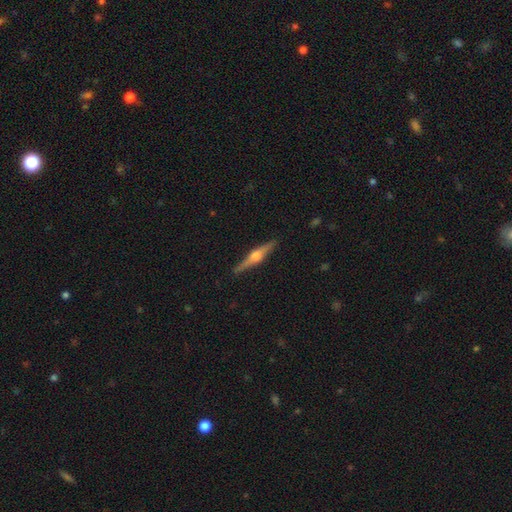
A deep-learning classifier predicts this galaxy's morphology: smooth_or_featured: featured or disk (p=0.78) [alt: smooth p=0.16]
disk_edge_on: yes (p=0.98) [alt: no p=0.02]
edge_on_bulge: rounded (p=0.93) [alt: boxy p=0.05]
merging: none (p=0.91) [alt: minor disturbance p=0.07]